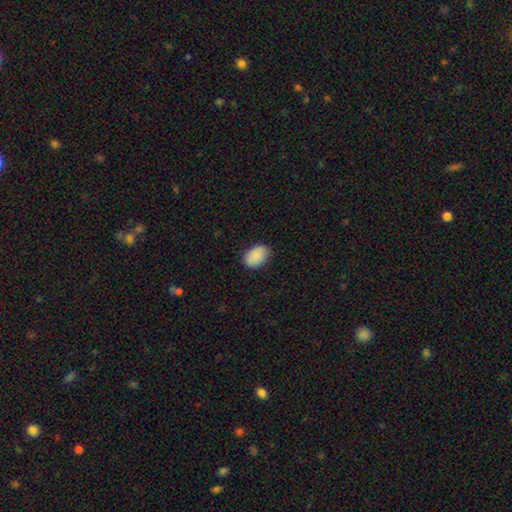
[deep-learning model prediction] smooth 89%, star or artifact 7%, featured or disk 4%. Down the decision tree: how rounded — in between (84%); merging — none (84%).